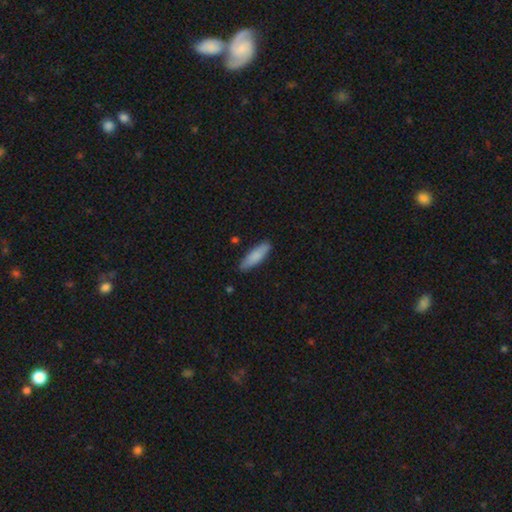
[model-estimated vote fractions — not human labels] smooth_or_featured: smooth (p=0.85) [alt: featured or disk p=0.10]
how_rounded: cigar-shaped (p=0.56) [alt: in between p=0.42]
merging: none (p=0.86) [alt: minor disturbance p=0.11]